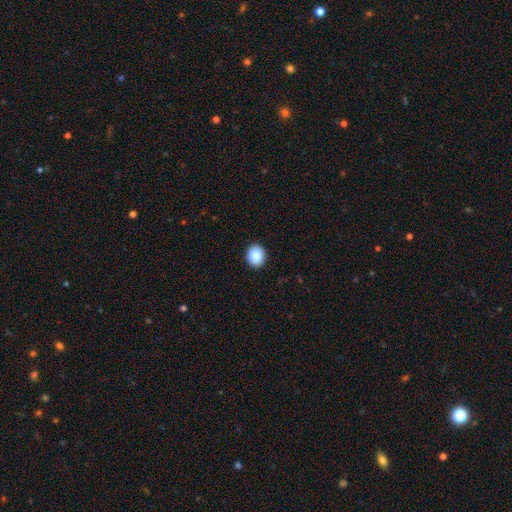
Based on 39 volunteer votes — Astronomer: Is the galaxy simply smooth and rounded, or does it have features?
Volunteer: smooth — 90%.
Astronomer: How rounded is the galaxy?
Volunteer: round — 63%.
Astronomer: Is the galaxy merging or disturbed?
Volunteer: none — 97%.